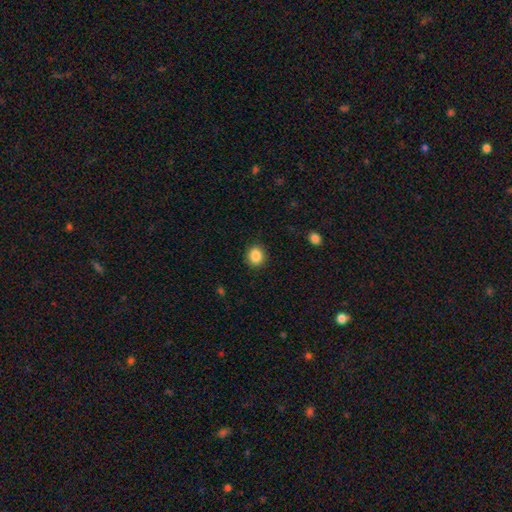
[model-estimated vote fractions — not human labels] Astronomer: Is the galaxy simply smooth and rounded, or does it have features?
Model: smooth — 87%.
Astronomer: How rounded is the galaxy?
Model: round — 79%.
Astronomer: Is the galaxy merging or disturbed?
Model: none — 89%.